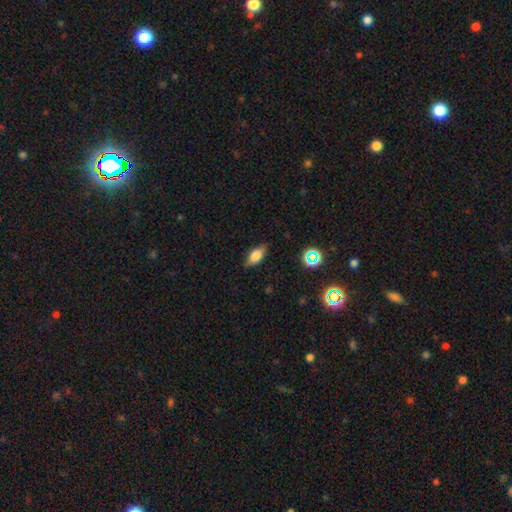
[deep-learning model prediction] smooth 67%, featured or disk 24%, star or artifact 10%. Down the decision tree: how rounded — in between (81%); merging — none (83%).